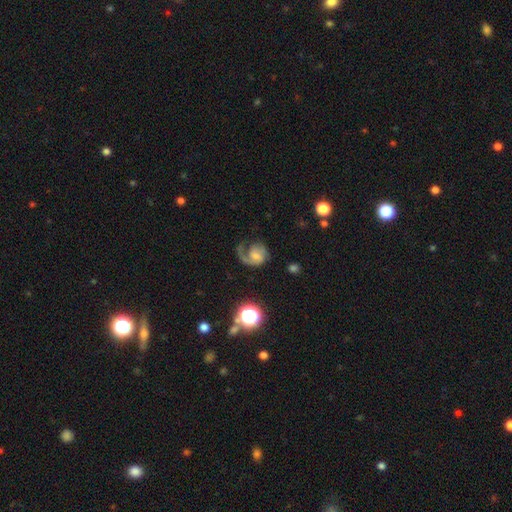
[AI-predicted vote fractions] featured or disk 70%, smooth 21%, star or artifact 9%. Down the decision tree: edge-on disk — no (98%); bar — no (63%); spiral arms — yes (92%); spiral arm count — 1 (68%); spiral winding — medium (42%); bulge size — small (46%); merging — none (41%).